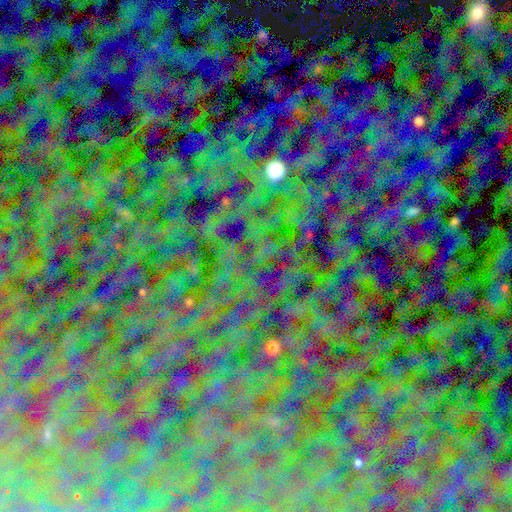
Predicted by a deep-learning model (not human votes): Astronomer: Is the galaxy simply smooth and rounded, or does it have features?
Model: star or artifact — 83%.